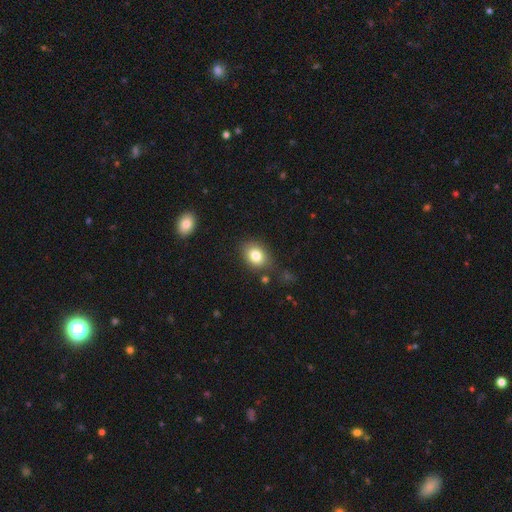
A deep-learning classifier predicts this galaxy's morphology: The model was most divided on "how rounded": in between: 64%, round: 35%, cigar-shaped: 1%. More confident: smooth or featured — smooth (81%); merging — none (76%).